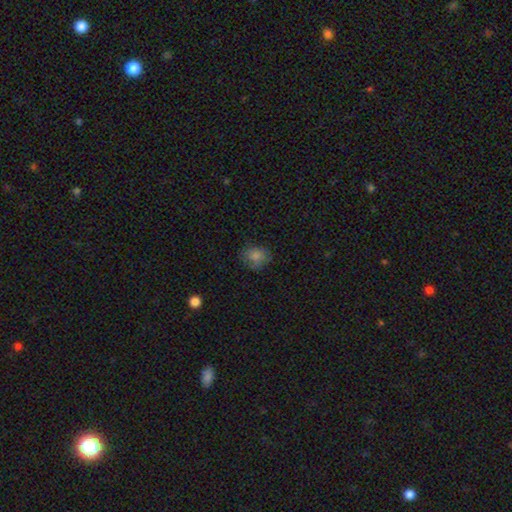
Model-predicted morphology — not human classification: smooth_or_featured: smooth (p=0.78) [alt: star or artifact p=0.12]
how_rounded: round (p=0.60) [alt: in between p=0.39]
merging: none (p=0.69) [alt: minor disturbance p=0.22]